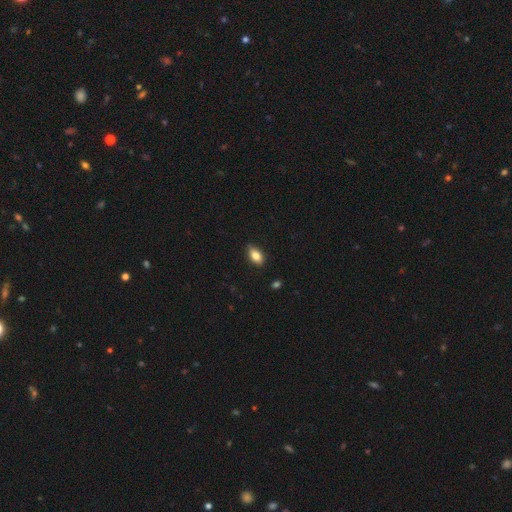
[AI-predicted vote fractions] Morphology: type=smooth (82%); roundness=in between (89%); merging=none (82%).